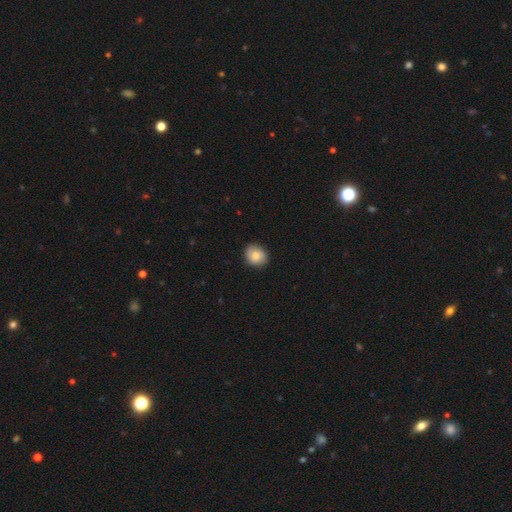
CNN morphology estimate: smooth_or_featured: smooth (p=0.81) [alt: featured or disk p=0.11]
how_rounded: round (p=0.69) [alt: in between p=0.31]
merging: none (p=0.85) [alt: minor disturbance p=0.12]